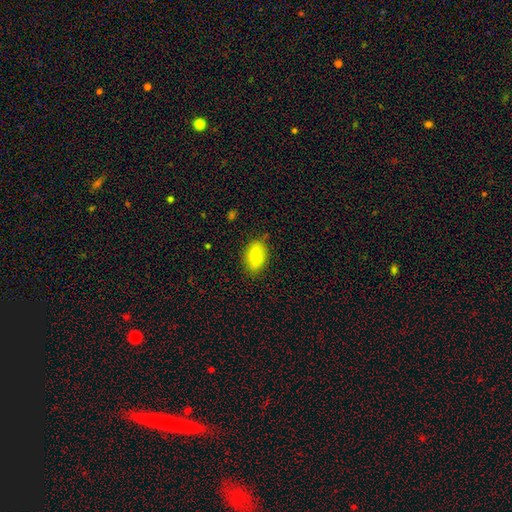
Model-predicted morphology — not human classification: A smooth galaxy with no disk features (86%) that is in between round and cigar-shaped (90%).

Vote fractions:
- Smooth or featured? smooth: 86% / star or artifact: 7% / featured or disk: 7%
- How rounded? in between: 90% / round: 8% / cigar-shaped: 2%
- Merging? none: 78% / minor disturbance: 17% / major disturbance: 4% / merger: 1%